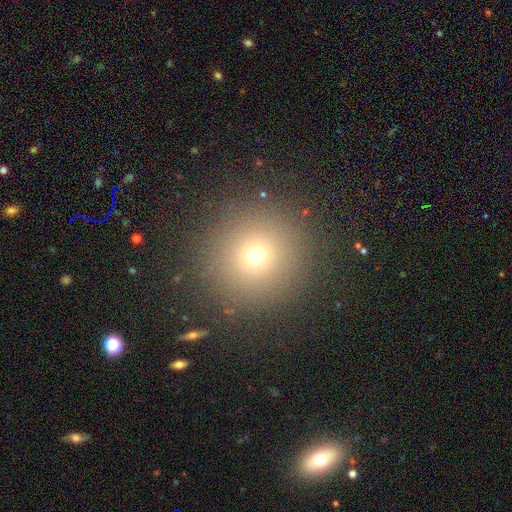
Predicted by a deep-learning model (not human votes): Smooth or featured? smooth (68%)
How rounded? round (95%)
Merging? none (90%)